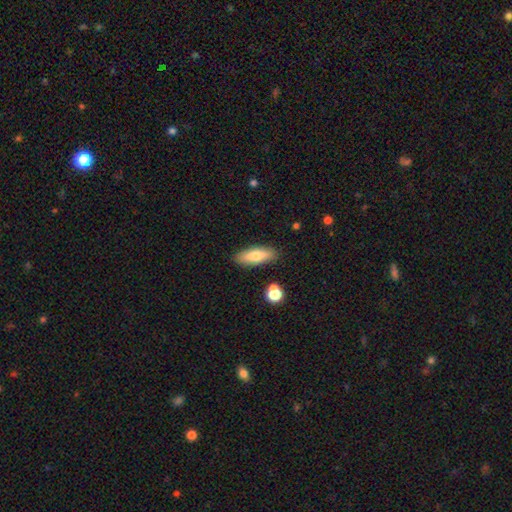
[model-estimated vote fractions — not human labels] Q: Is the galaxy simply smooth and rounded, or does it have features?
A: smooth — 69%.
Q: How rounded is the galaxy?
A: in between — 60%.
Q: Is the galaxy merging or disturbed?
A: none — 85%.